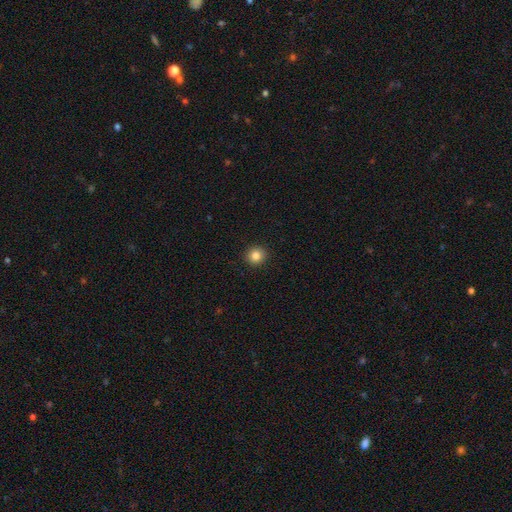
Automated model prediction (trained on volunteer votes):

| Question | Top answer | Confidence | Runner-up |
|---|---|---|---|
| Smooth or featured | smooth | 84% | star or artifact (11%) |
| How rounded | round | 90% | in between (9%) |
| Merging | none | 92% | minor disturbance (5%) |